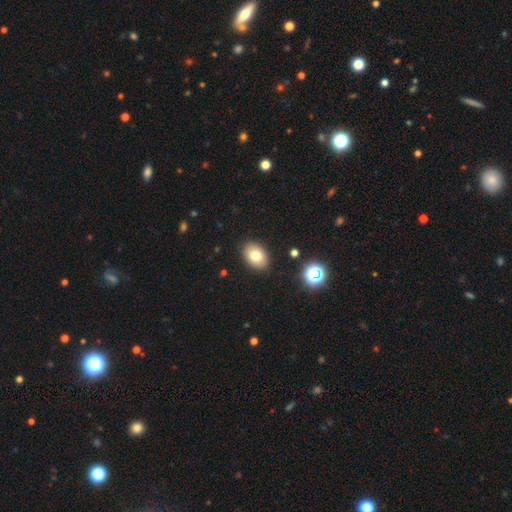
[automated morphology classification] Q: Smooth or featured?
A: smooth (77%); runner-up: featured or disk (12%)
Q: How rounded?
A: in between (79%); runner-up: round (20%)
Q: Merging?
A: none (88%); runner-up: minor disturbance (8%)